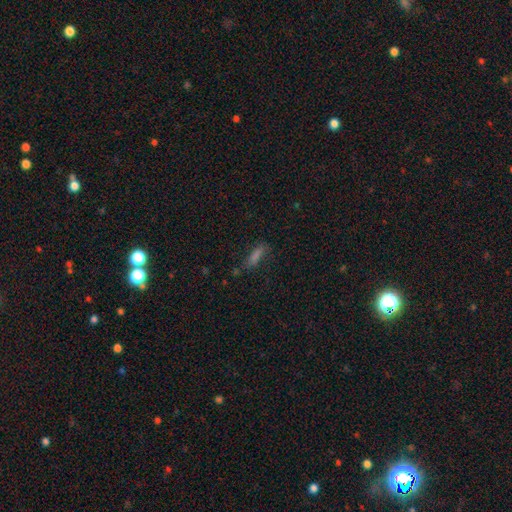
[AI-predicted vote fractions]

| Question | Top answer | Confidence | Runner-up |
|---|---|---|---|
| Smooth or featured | smooth | 61% | star or artifact (21%) |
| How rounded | cigar-shaped | 66% | in between (31%) |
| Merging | none | 64% | minor disturbance (22%) |